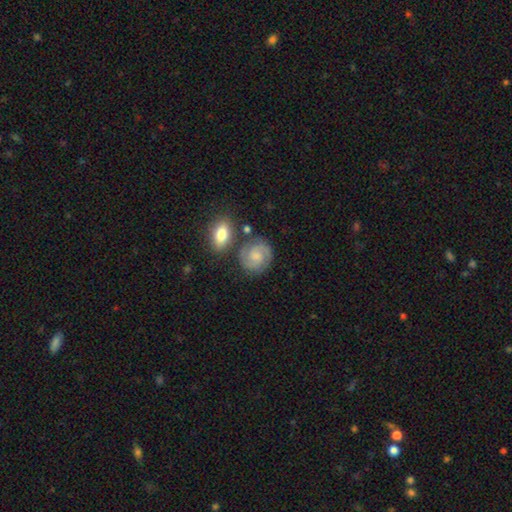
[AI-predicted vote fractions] smooth-or-featured: featured or disk: 68% | smooth: 25% | star or artifact: 7%
  disk-edge-on: no: 98% | yes: 2%
    bar: no: 60% | weak: 34% | strong: 6%
    has-spiral-arms: yes: 94% | no: 6%
      spiral-winding: tight: 52% | medium: 40% | loose: 8%
      spiral-arm-count: 2: 85% | can't tell: 7% | 3: 4% | 1: 2% | 4: 1% | more than 4: 1%
    bulge-size: small: 43% | moderate: 27% | none: 23% | large: 5% | dominant: 2%
  merging: none: 75% | minor disturbance: 14% | merger: 7% | major disturbance: 4%